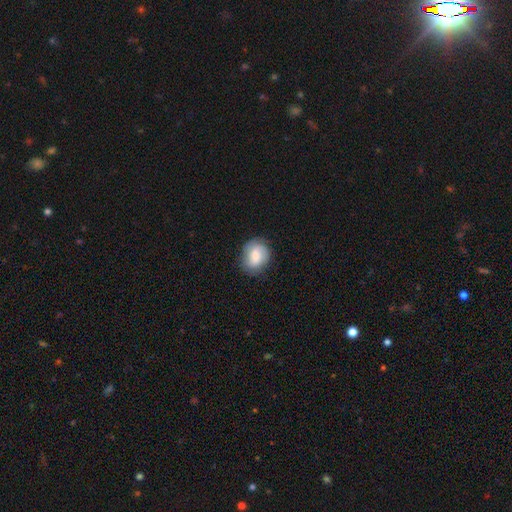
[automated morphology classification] Smooth or featured? smooth (66%)
How rounded? round (54%)
Merging? none (76%)